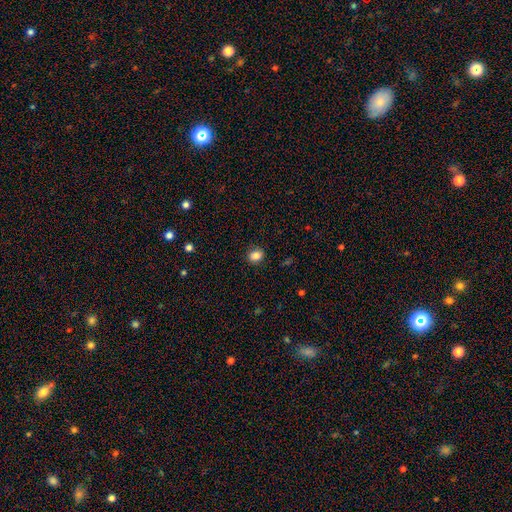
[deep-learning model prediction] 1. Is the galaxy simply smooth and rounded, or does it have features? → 85% smooth, 10% star or artifact, 5% featured or disk.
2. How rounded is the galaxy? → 59% round, 40% in between, 1% cigar-shaped.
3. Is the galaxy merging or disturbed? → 88% none, 8% minor disturbance, 2% major disturbance, 1% merger.